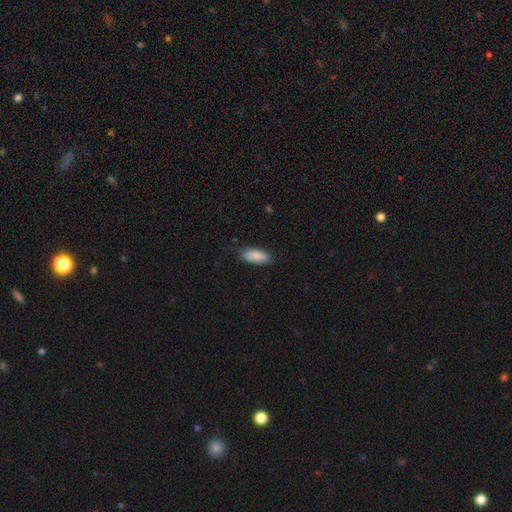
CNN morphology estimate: A smooth galaxy with no disk features (87%) that is in between round and cigar-shaped (85%). Merging: none (78%).